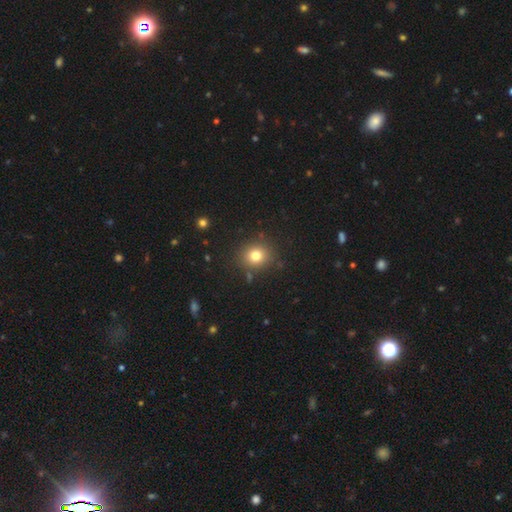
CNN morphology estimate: Smooth or featured? Predicted: smooth (p=0.77). How rounded? Predicted: round (p=0.84). Merging? Predicted: none (p=0.87).